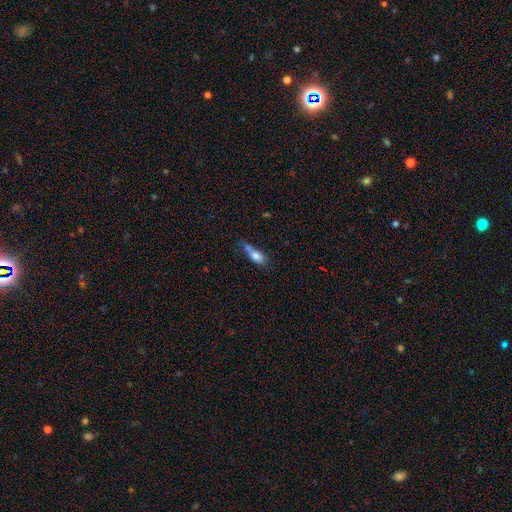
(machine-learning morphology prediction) Smooth or featured?
  - smooth: 74% *
  - featured or disk: 16%
  - star or artifact: 9%
How rounded?
  - in between: 70% *
  - cigar-shaped: 24%
  - round: 6%
Merging?
  - none: 30% * (tied)
  - merger: 30% * (tied)
  - minor disturbance: 25%
  - major disturbance: 14%